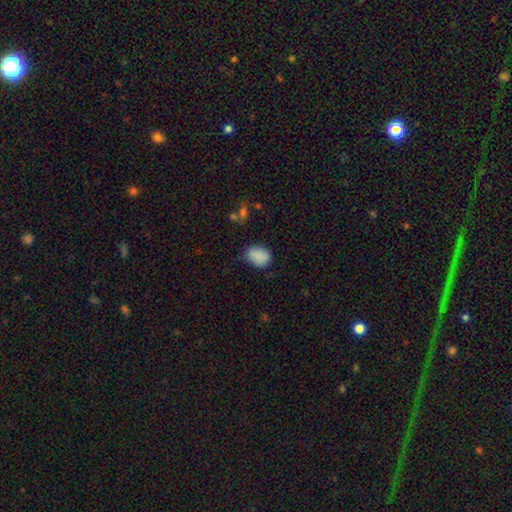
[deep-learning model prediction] Smooth or featured? smooth (86%)
How rounded? in between (67%)
Merging? none (72%)